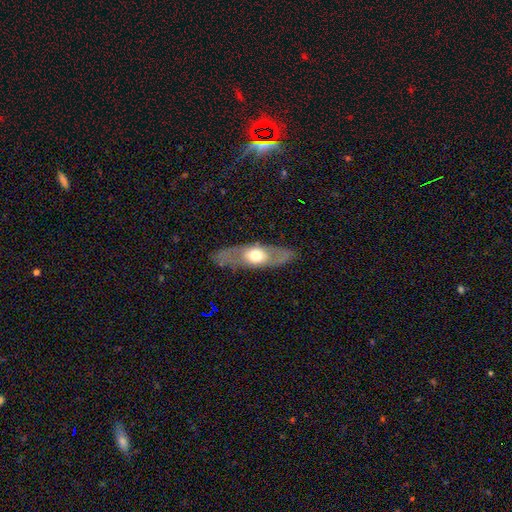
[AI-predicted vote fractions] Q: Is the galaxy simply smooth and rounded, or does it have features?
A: featured or disk — 56%.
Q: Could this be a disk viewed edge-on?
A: no — 63%.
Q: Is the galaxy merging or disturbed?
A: none — 81%.